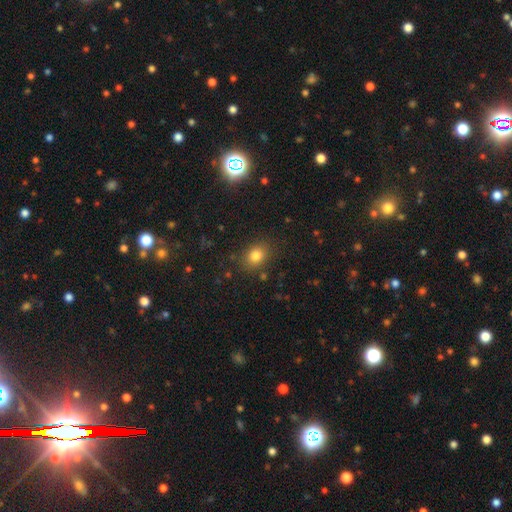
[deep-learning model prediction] smooth-or-featured: smooth: 80% | star or artifact: 12% | featured or disk: 7%
  how-rounded: in between: 57% | round: 42% | cigar-shaped: 1%
  merging: none: 83% | minor disturbance: 11% | major disturbance: 4% | merger: 2%